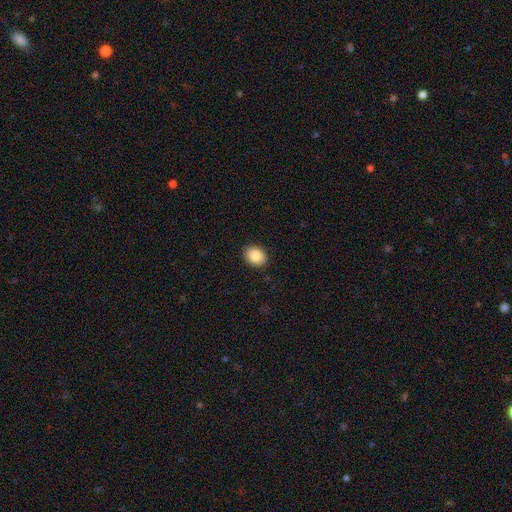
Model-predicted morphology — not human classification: This is clearly a smooth galaxy (87%). How rounded: possibly in between (57%). Merging: clearly none (90%).